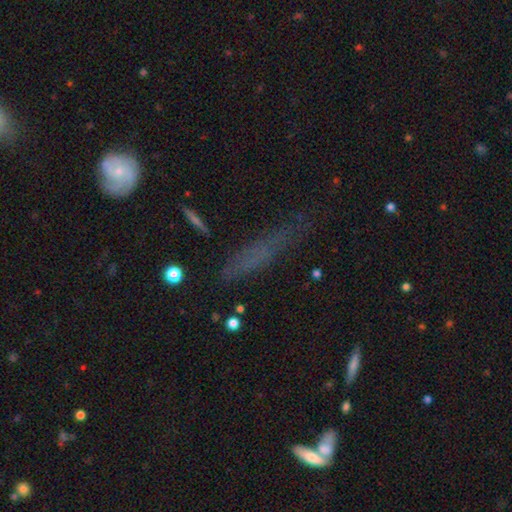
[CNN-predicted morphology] Overall: smooth (43%; featured or disk 33%). Merging: none (69%).